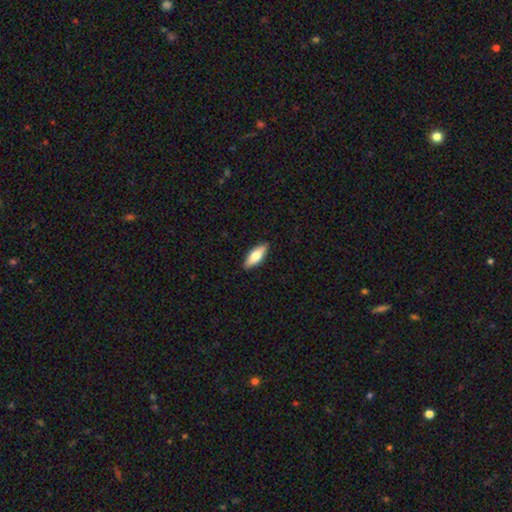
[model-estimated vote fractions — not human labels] Morphology: type=smooth (68%); roundness=in between (73%); merging=none (89%).